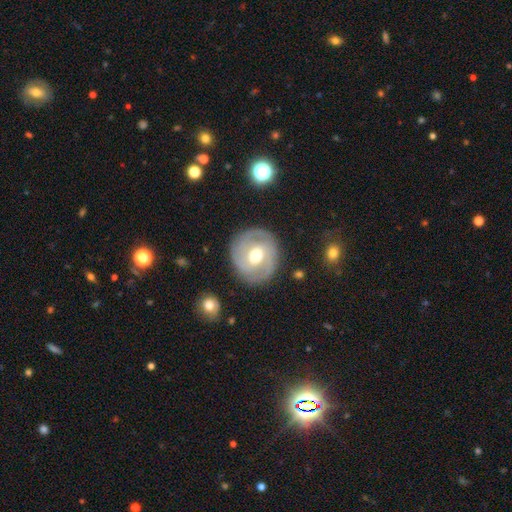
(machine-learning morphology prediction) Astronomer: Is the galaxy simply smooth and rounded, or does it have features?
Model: featured or disk — 76%.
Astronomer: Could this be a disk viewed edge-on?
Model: no — 97%.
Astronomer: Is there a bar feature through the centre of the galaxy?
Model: weak — 45% (runner-up: no, 43%).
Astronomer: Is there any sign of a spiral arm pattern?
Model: yes — 88%.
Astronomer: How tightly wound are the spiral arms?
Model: tight — 56% (runner-up: medium, 34%).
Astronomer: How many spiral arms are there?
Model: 2 — 64%.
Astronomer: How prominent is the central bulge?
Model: moderate — 75%.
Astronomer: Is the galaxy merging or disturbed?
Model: none — 84%.